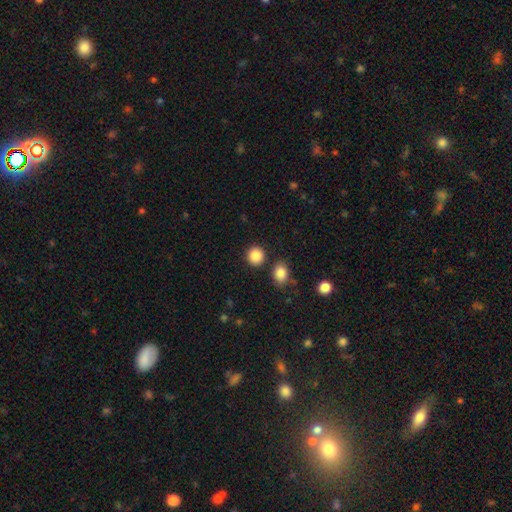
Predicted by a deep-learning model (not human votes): The model was most divided on "how rounded": round: 87%, in between: 12%, cigar-shaped: 1%. More confident: smooth or featured — smooth (88%); merging — none (85%).